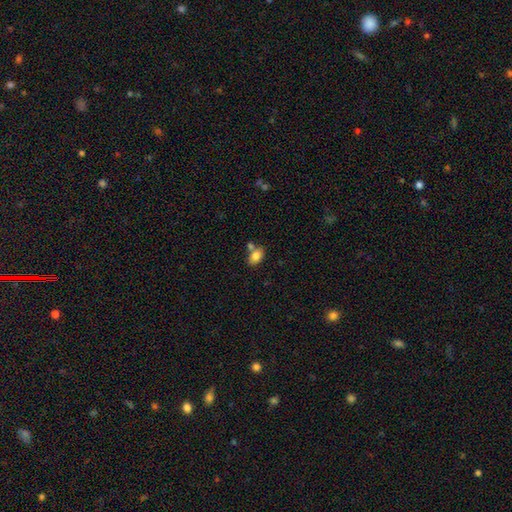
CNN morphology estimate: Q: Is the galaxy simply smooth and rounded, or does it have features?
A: smooth — 83%.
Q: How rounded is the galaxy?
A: in between — 87%.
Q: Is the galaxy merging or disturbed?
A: none — 59%.